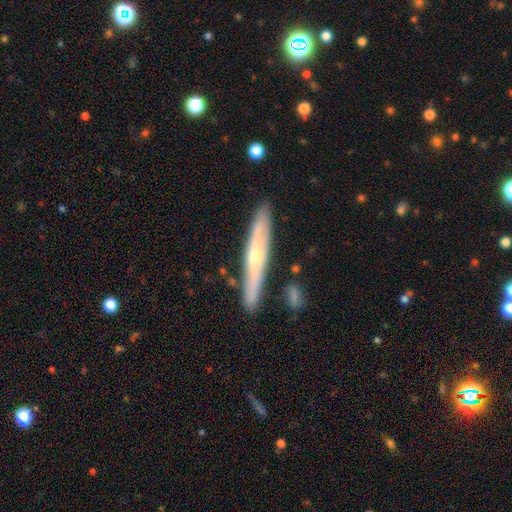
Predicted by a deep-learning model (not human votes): Smooth or featured: featured or disk — 61% (smooth — 33%)
Edge-on disk: yes — 89% (no — 11%)
Edge-on bulge: rounded — 73% (none — 24%)
Merging: none — 86% (minor disturbance — 10%)